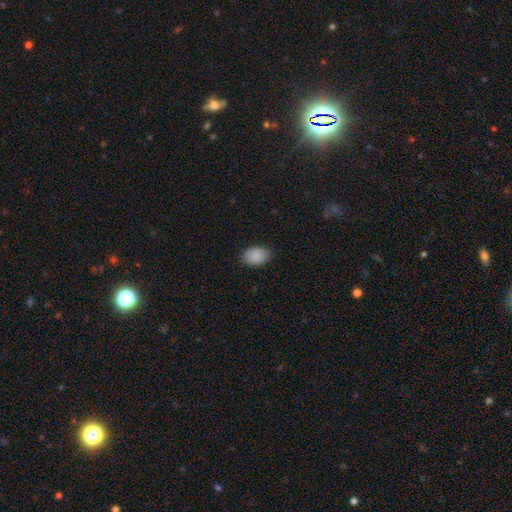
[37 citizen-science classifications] This appears to be a smooth galaxy with no disk features (86%) that is in between round and cigar-shaped (91%). Merging: none (86%).